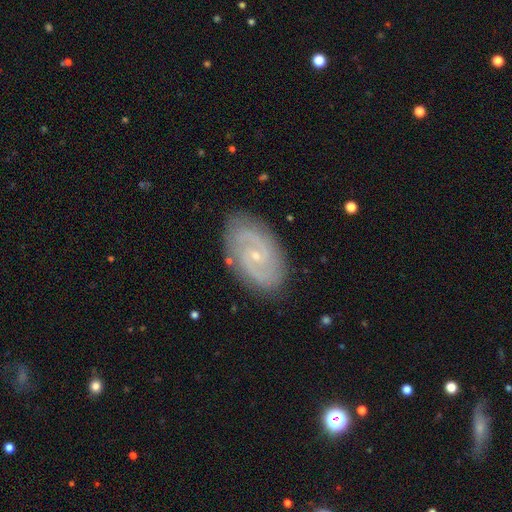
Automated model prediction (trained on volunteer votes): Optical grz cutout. It shows a featured or disk galaxy (85%) with no bar (57%), 2 (79%) medium (45%) spiral arms (95%) and a small central bulge (81%). Merging: none (85%).